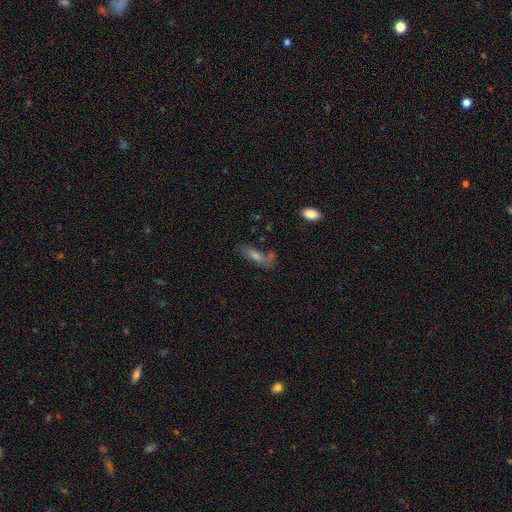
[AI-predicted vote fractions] This appears to be a smooth galaxy with no disk features (48%). Merging: none (63%).